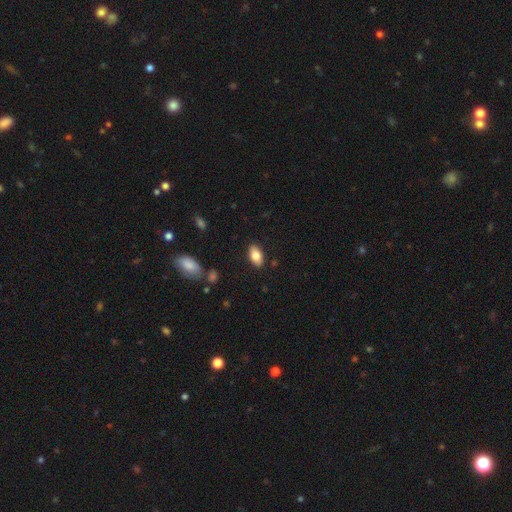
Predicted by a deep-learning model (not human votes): This appears to be a smooth galaxy with no disk features (80%) that is in between round and cigar-shaped (92%). Merging: none (87%).